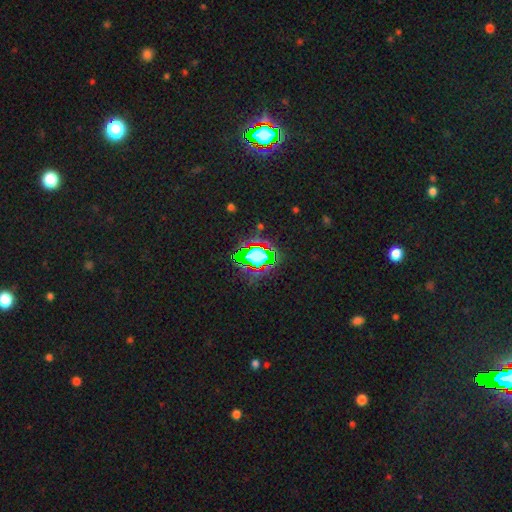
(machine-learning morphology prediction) This appears to be a star or artifact, not a galaxy (53%).